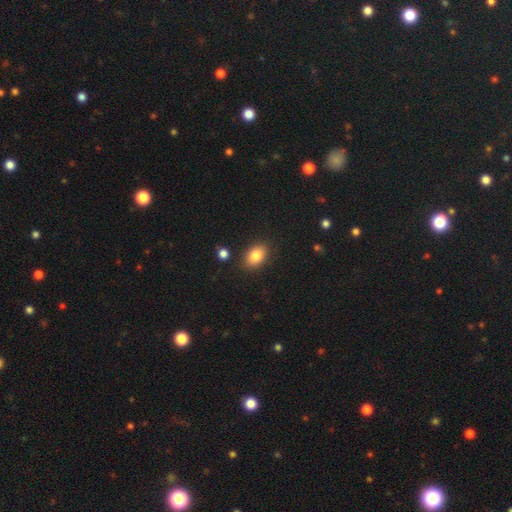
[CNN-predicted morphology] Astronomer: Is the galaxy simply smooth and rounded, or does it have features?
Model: smooth — 84%.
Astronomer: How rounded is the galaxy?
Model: in between — 85%.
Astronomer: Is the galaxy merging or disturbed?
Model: none — 85%.